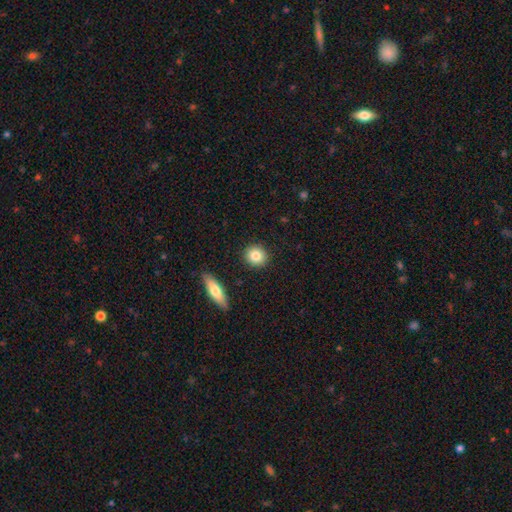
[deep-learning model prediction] Smooth or featured? Predicted: smooth (p=0.83). How rounded? Predicted: round (p=0.85). Merging? Predicted: none (p=0.90).